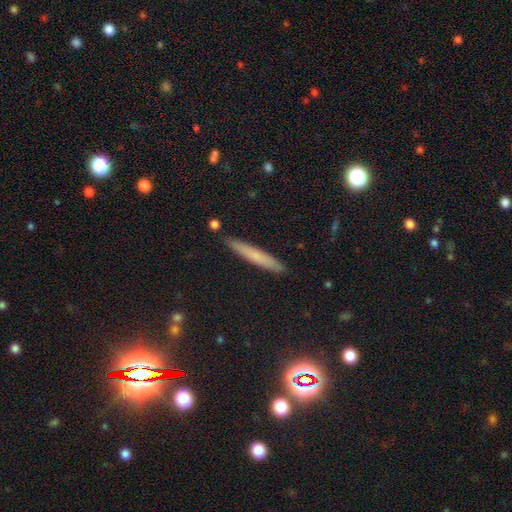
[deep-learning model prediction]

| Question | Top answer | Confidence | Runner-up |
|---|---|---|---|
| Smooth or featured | smooth | 63% | featured or disk (27%) |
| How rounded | cigar-shaped | 95% | in between (4%) |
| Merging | none | 90% | minor disturbance (7%) |